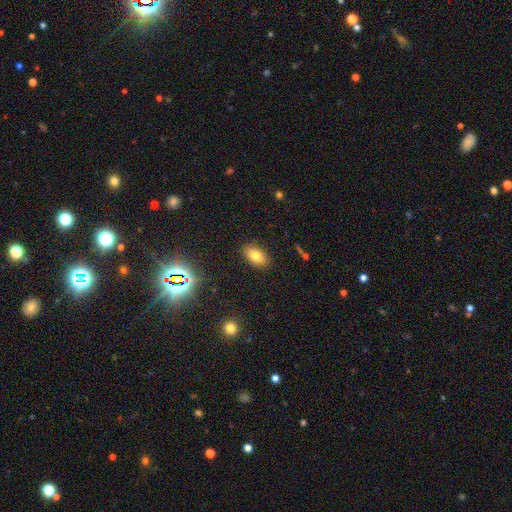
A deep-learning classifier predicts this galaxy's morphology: A smooth galaxy with no disk features (76%) that is in between round and cigar-shaped (89%). Merging: none (87%).